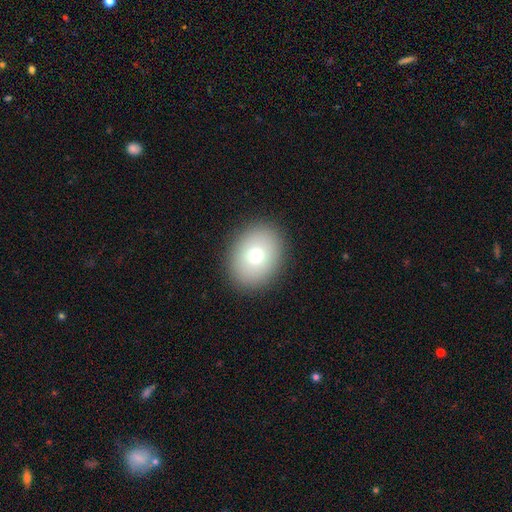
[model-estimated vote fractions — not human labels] Morphology: type=smooth (74%); roundness=in between (58%); merging=none (90%).